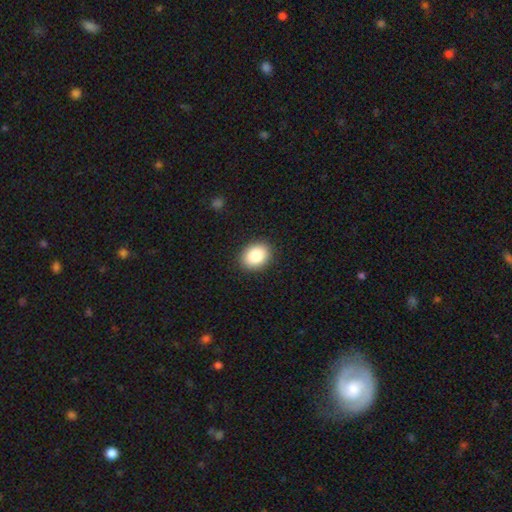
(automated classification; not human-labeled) This is clearly a smooth galaxy (85%). How rounded: possibly in between (59%). Merging: clearly none (90%).